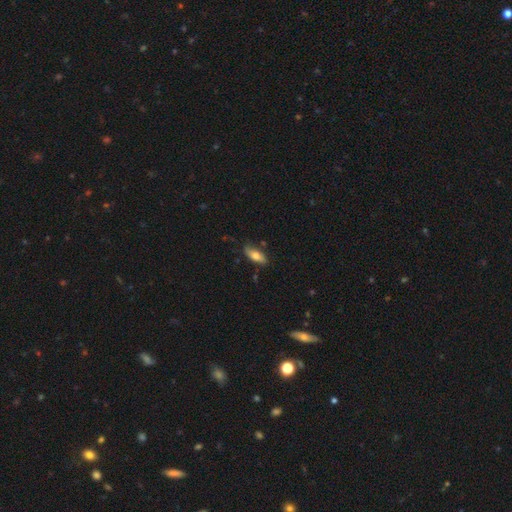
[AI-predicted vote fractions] This appears to be a smooth galaxy with no disk features (72%) that is in between round and cigar-shaped (75%). Merging: none (74%).